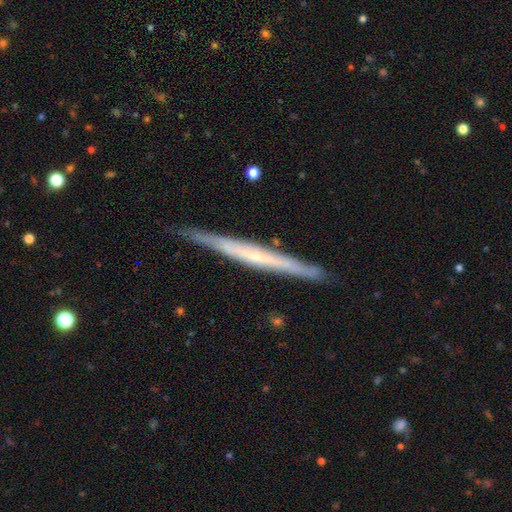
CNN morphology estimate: smooth-or-featured: featured or disk: 67% | smooth: 27% | star or artifact: 6%
  disk-edge-on: yes: 96% | no: 4%
    edge-on-bulge: none: 69% | rounded: 23% | boxy: 7%
  merging: none: 87% | minor disturbance: 10% | major disturbance: 2% | merger: 1%